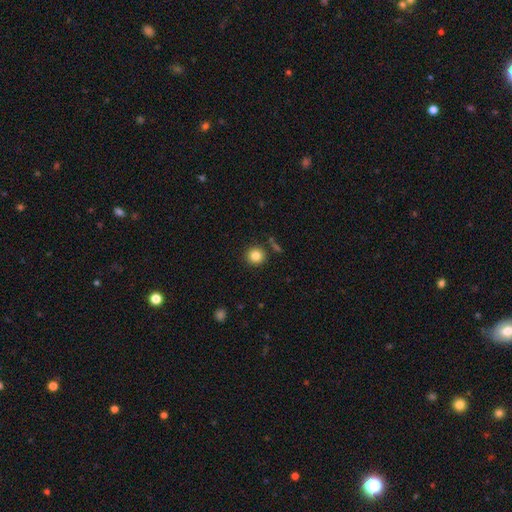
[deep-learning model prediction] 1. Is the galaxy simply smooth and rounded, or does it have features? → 84% smooth, 11% star or artifact, 6% featured or disk.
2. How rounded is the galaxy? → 94% round, 5% in between, 1% cigar-shaped.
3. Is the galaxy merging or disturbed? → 87% none, 7% minor disturbance, 4% merger, 2% major disturbance.